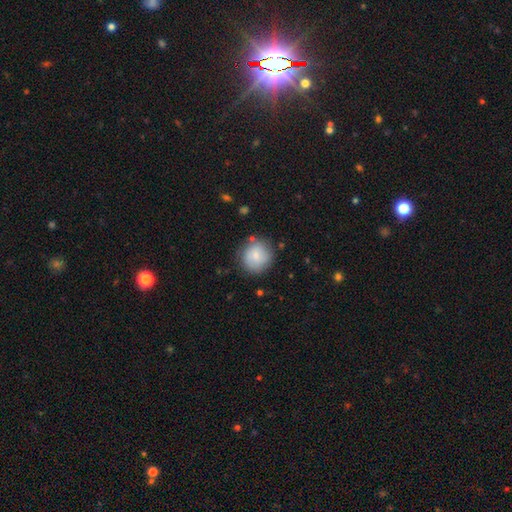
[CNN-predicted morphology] This appears to be a smooth galaxy with no disk features (77%) that is round (90%). Merging: none (79%).